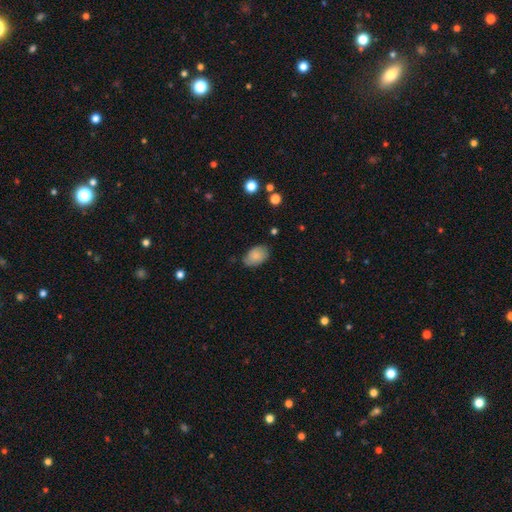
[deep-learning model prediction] Smooth or featured? Predicted: smooth (p=0.83). How rounded? Predicted: in between (p=0.88). Merging? Predicted: none (p=0.71).